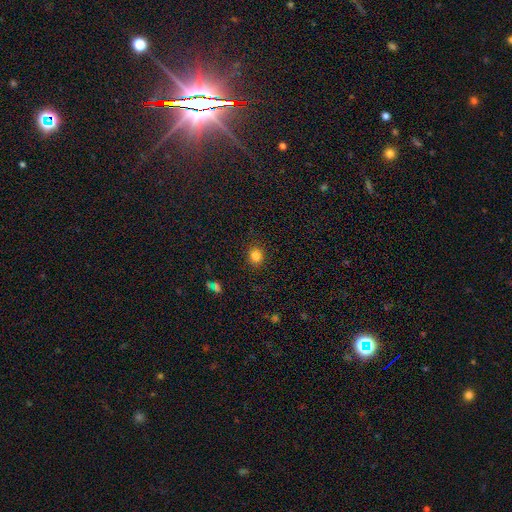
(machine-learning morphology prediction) Smooth or featured? smooth (83%)
How rounded? round (78%)
Merging? none (89%)